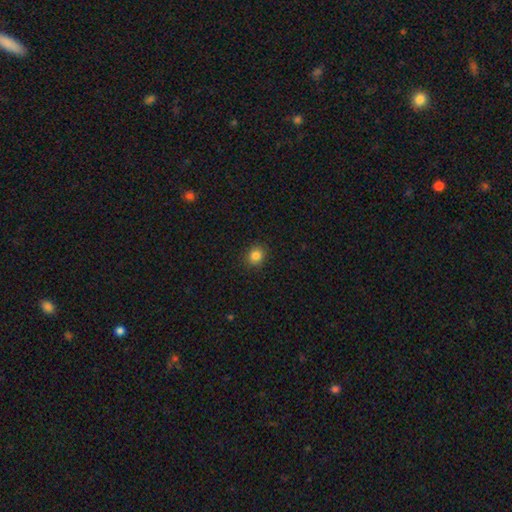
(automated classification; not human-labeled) A smooth galaxy with no disk features (84%) that is round (80%).

Vote fractions:
- Smooth or featured? smooth: 84% / star or artifact: 12% / featured or disk: 4%
- How rounded? round: 80% / in between: 20% / cigar-shaped: 1%
- Merging? none: 90% / minor disturbance: 7% / major disturbance: 2% / merger: 1%